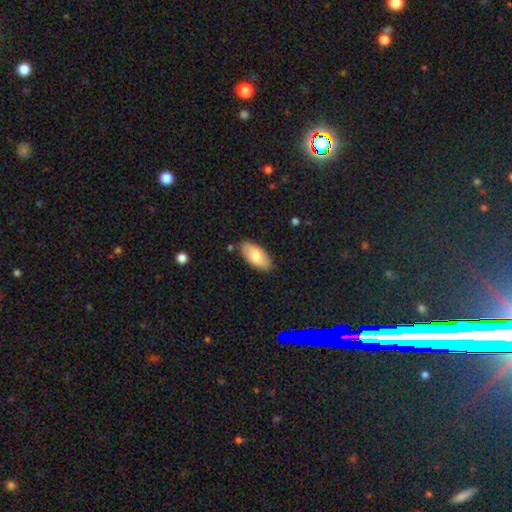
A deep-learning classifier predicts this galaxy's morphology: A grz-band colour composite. It shows a smooth galaxy with no disk features (79%) that is in between round and cigar-shaped (92%). Merging: none (85%).